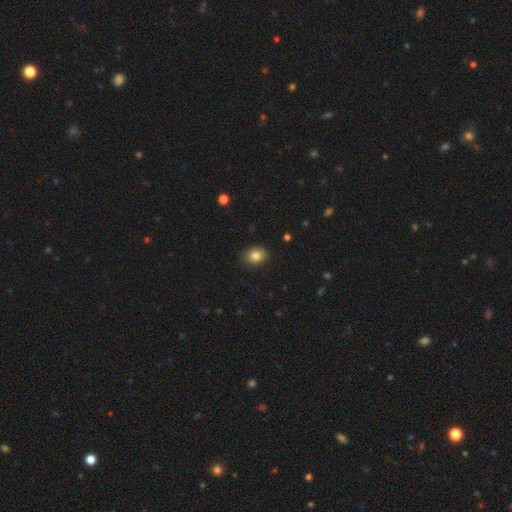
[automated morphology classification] A smooth galaxy with no disk features (83%) that is in between round and cigar-shaped (50%). Merging: none (88%).